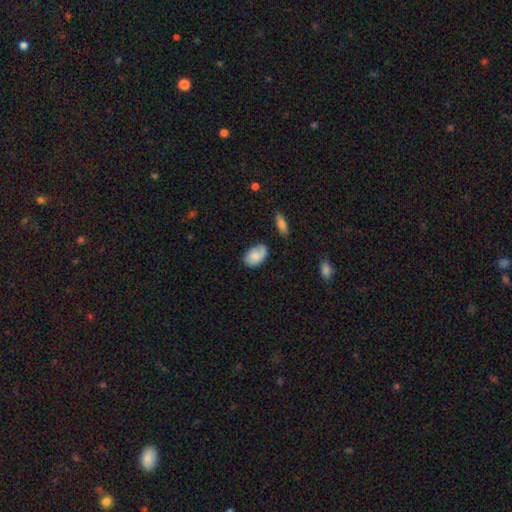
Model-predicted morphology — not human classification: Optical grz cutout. It shows a smooth galaxy with no disk features (79%) that is in between round and cigar-shaped (91%). Merging: none (69%).